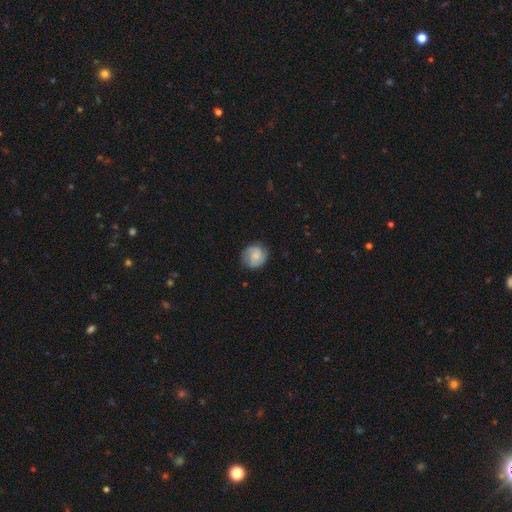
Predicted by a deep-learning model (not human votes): Smooth or featured? Predicted: smooth (p=0.57). How rounded? Predicted: round (p=0.84). Merging? Predicted: none (p=0.78).